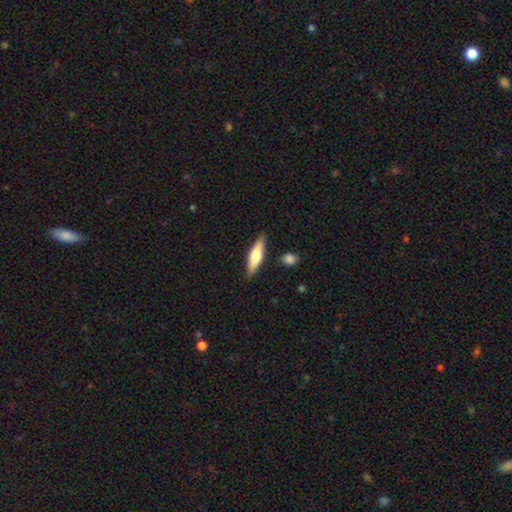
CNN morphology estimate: Smooth or featured? Predicted: smooth (p=0.63). How rounded? Predicted: cigar-shaped (p=0.62). Merging? Predicted: none (p=0.85).